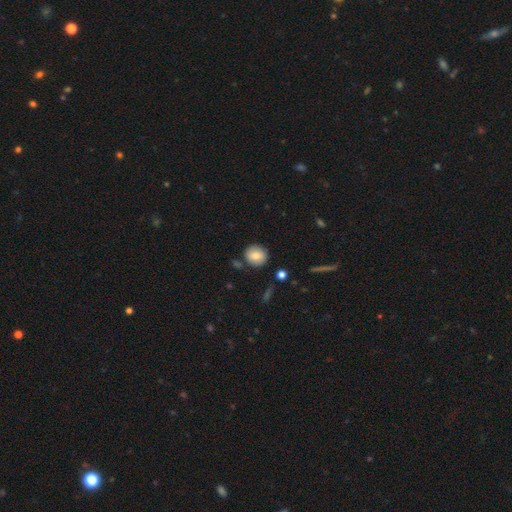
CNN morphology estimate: A smooth galaxy with no disk features (76%) that is round (88%).

Vote fractions:
- Smooth or featured? smooth: 76% / featured or disk: 15% / star or artifact: 9%
- How rounded? round: 88% / in between: 11% / cigar-shaped: 1%
- Merging? none: 83% / minor disturbance: 10% / merger: 5% / major disturbance: 2%